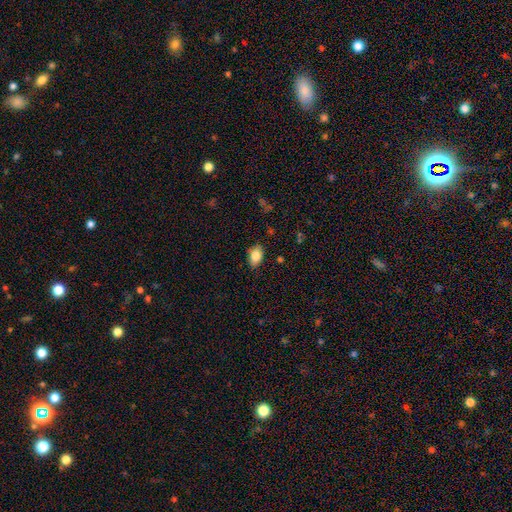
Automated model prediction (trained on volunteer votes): A smooth galaxy with no disk features (85%) that is in between round and cigar-shaped (87%).

Vote fractions:
- Smooth or featured? smooth: 85% / star or artifact: 8% / featured or disk: 7%
- How rounded? in between: 87% / round: 11% / cigar-shaped: 2%
- Merging? none: 83% / minor disturbance: 14% / major disturbance: 3% / merger: 1%